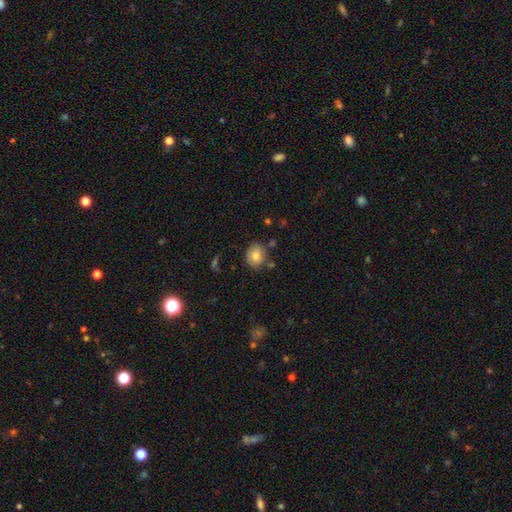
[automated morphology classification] Q: Smooth or featured?
A: smooth (79%); runner-up: featured or disk (12%)
Q: How rounded?
A: round (56%); runner-up: in between (43%)
Q: Merging?
A: none (70%); runner-up: minor disturbance (19%)